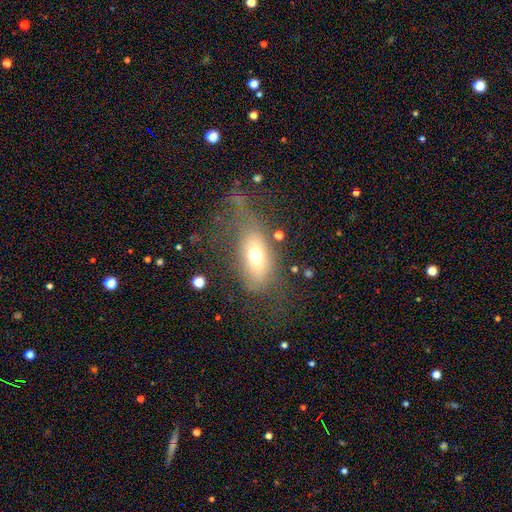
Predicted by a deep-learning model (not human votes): Smooth or featured? smooth (63%)
How rounded? in between (83%)
Merging? none (41%)